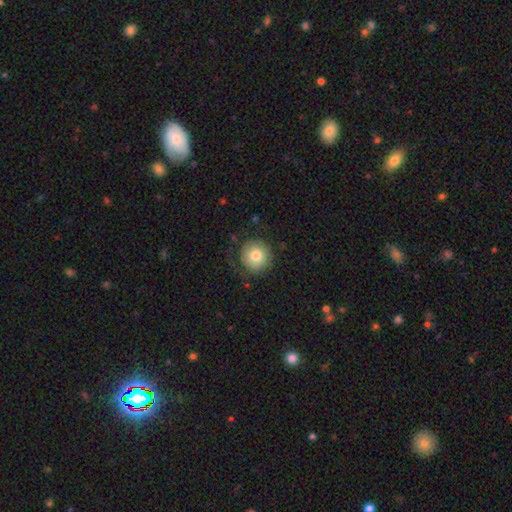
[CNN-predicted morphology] This appears to be a smooth galaxy with no disk features (77%) that is round (95%). Merging: none (76%).